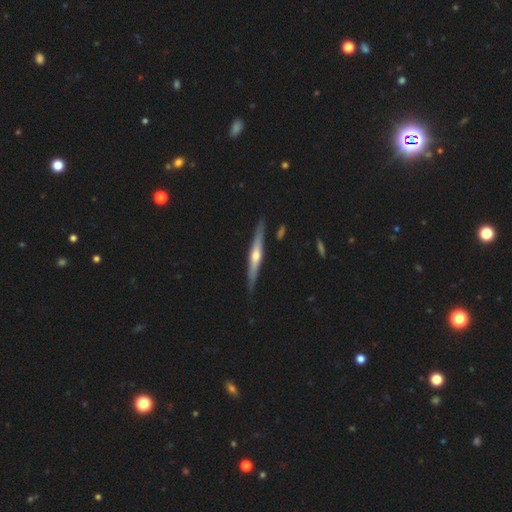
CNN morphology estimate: Q: Smooth or featured?
A: featured or disk (70%); runner-up: smooth (25%)
Q: Edge-on disk?
A: yes (96%); runner-up: no (4%)
Q: Edge-on bulge?
A: rounded (85%); runner-up: none (10%)
Q: Merging?
A: none (88%); runner-up: minor disturbance (9%)